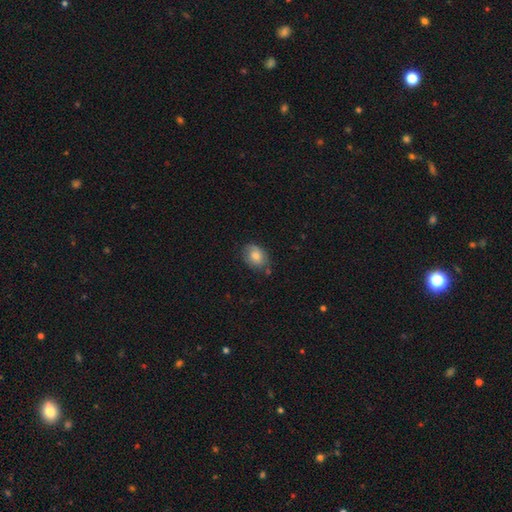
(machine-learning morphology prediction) This is likely a smooth galaxy (71%). How rounded: likely in between (70%). Merging: likely none (68%).